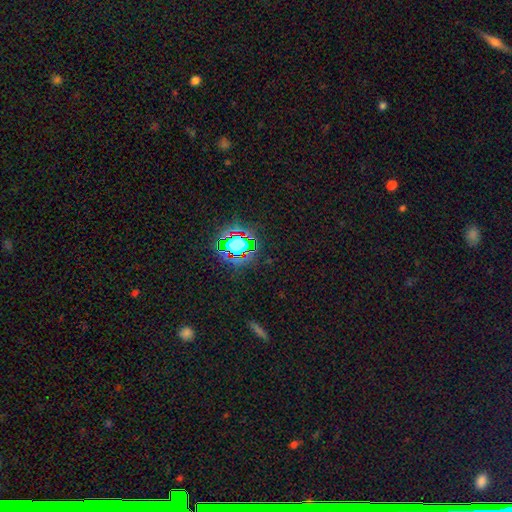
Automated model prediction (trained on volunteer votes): This is likely a star or artifact rather than a galaxy (79%).